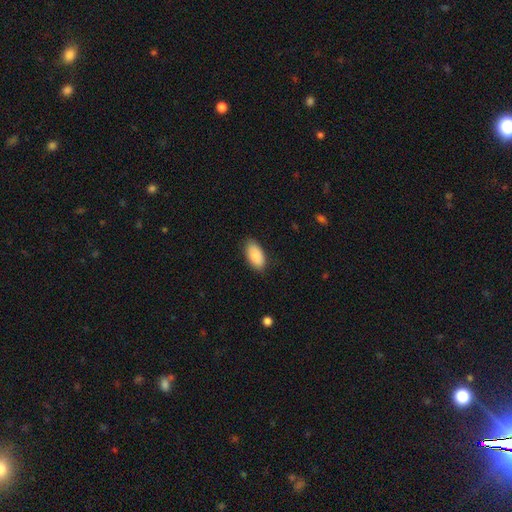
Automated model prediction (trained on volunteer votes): This appears to be a smooth galaxy with no disk features (87%) that is in between round and cigar-shaped (94%). Merging: none (85%).